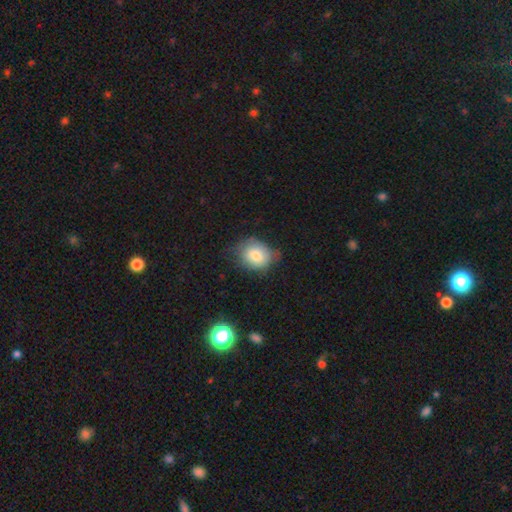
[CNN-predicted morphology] type=smooth (77%); roundness=round (59%); merging=none (55%).